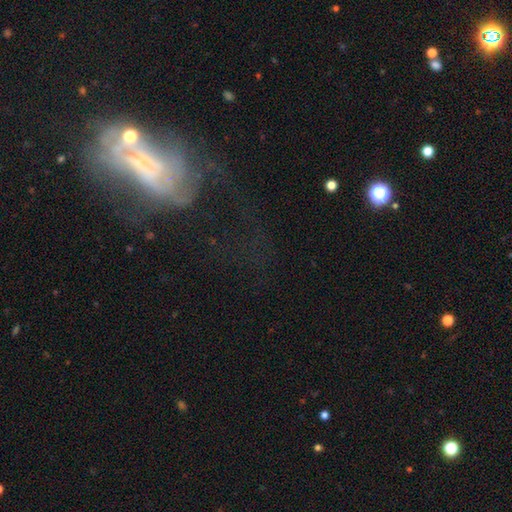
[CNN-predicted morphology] smooth_or_featured: featured or disk (p=0.50) [alt: smooth p=0.26]
disk_edge_on: no (p=0.90) [alt: yes p=0.10]
merging: none (p=0.35) [alt: major disturbance p=0.29]